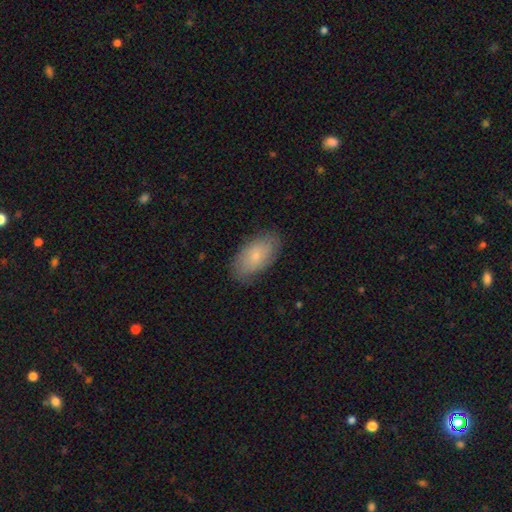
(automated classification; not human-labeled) Morphology: type=smooth (70%); roundness=in between (93%); merging=none (82%).